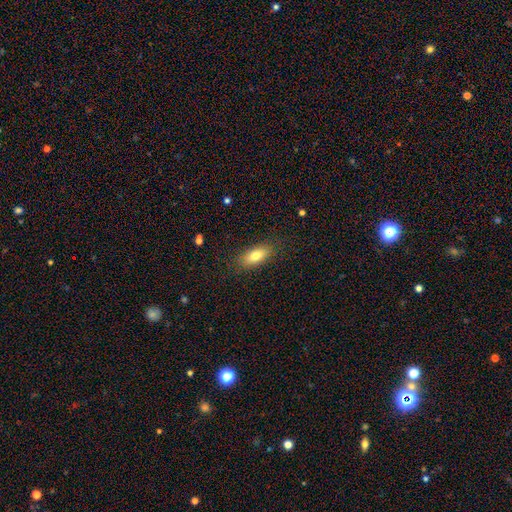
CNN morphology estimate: Overall: smooth (76%). How rounded: in between (80%). Merging: none (85%).